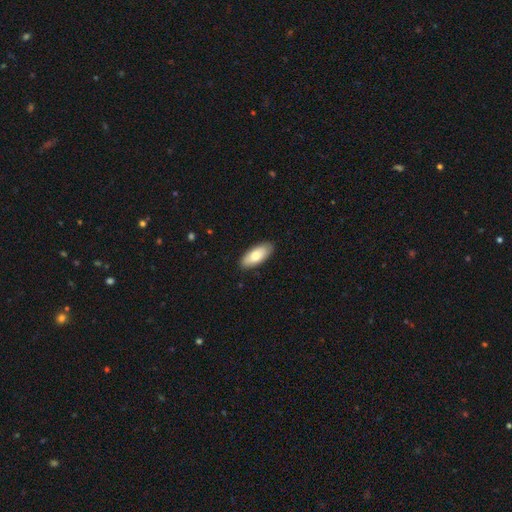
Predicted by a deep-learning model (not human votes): Smooth or featured: smooth — 79% (featured or disk — 15%)
How rounded: in between — 84% (cigar-shaped — 14%)
Merging: none — 89% (minor disturbance — 9%)